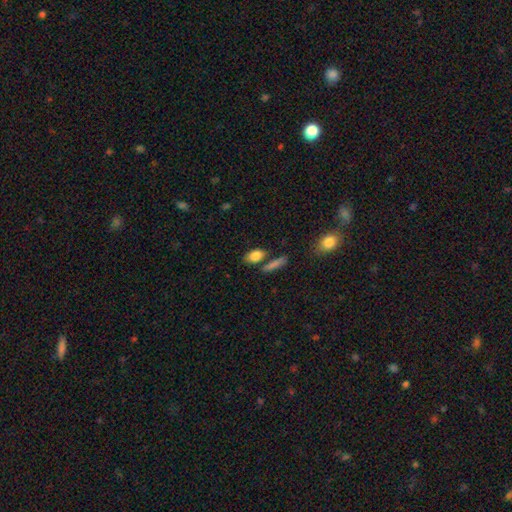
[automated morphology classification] Smooth or featured? smooth (84%)
How rounded? in between (84%)
Merging? none (70%)